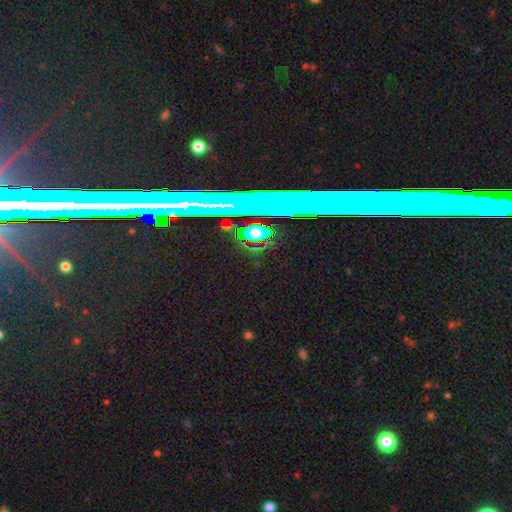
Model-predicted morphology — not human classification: Smooth or featured? star or artifact (70%)